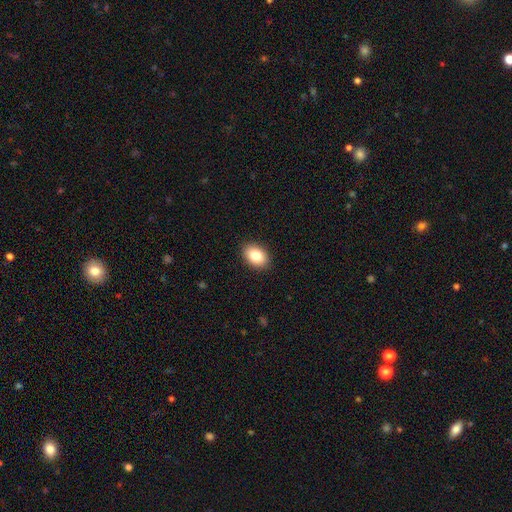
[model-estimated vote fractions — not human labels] Q: Smooth or featured?
A: smooth (84%); runner-up: star or artifact (8%)
Q: How rounded?
A: in between (79%); runner-up: round (19%)
Q: Merging?
A: none (90%); runner-up: minor disturbance (7%)